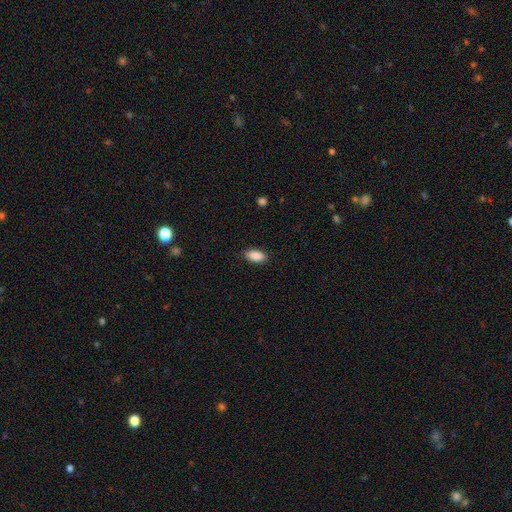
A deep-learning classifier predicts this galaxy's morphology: Smooth or featured? Predicted: smooth (p=0.90). How rounded? Predicted: in between (p=0.93). Merging? Predicted: none (p=0.87).